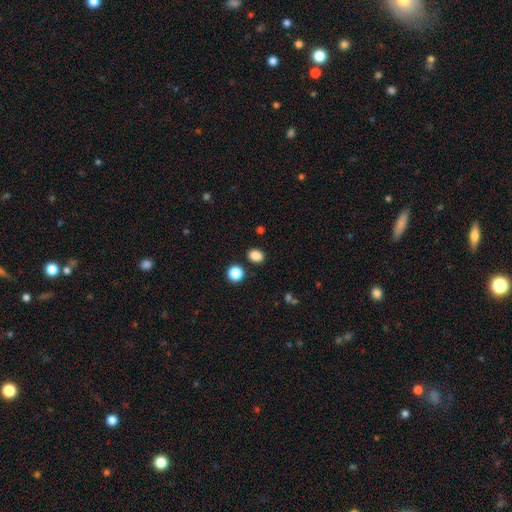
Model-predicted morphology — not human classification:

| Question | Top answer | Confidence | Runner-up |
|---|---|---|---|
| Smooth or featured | smooth | 85% | star or artifact (12%) |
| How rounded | in between | 52% | round (47%) |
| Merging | none | 86% | minor disturbance (8%) |